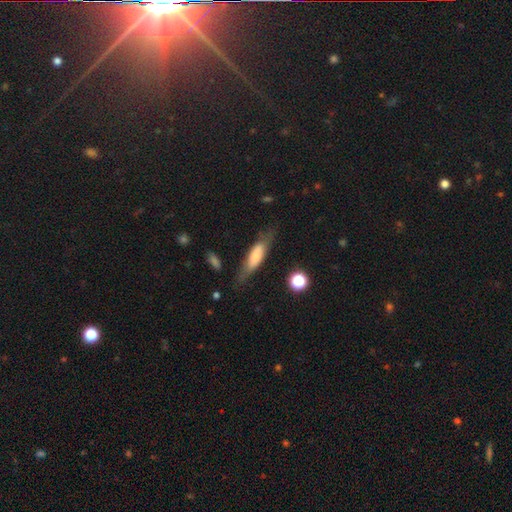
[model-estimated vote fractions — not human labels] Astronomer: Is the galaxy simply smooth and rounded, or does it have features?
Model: smooth — 59% (runner-up: featured or disk, 34%).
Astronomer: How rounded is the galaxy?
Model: cigar-shaped — 57% (runner-up: in between, 41%).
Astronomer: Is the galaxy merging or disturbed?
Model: none — 65%.